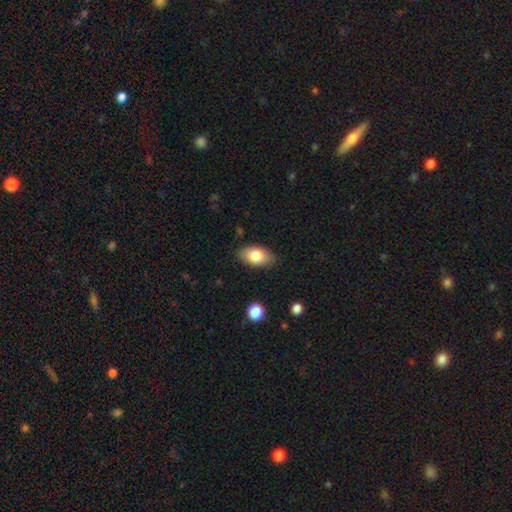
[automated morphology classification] Smooth or featured?
  - smooth: 81% *
  - featured or disk: 13%
  - star or artifact: 7%
How rounded?
  - in between: 92% *
  - round: 6%
  - cigar-shaped: 2%
Merging?
  - none: 84% *
  - minor disturbance: 13%
  - major disturbance: 3%
  - merger: 1%